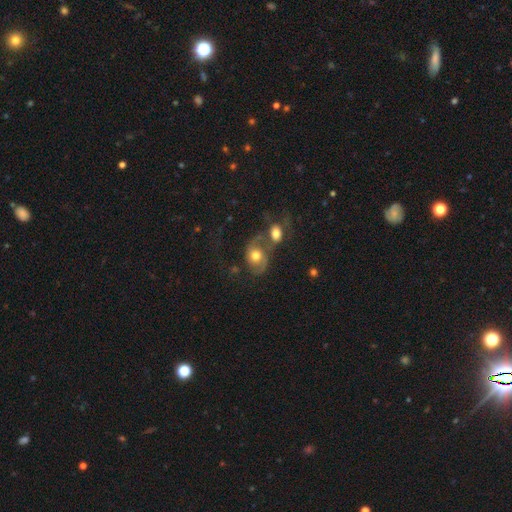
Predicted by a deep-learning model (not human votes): Smooth or featured? featured or disk (62%)
Edge-on disk? no (97%)
Bar? no (77%)
Spiral arms? yes (82%)
Bulge size? moderate (65%)
Merging? merger (49%)